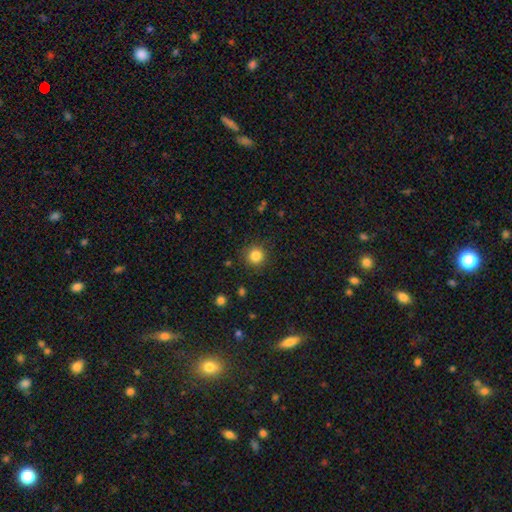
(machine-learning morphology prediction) Overall: smooth (84%). How rounded: round (93%). Merging: none (88%).